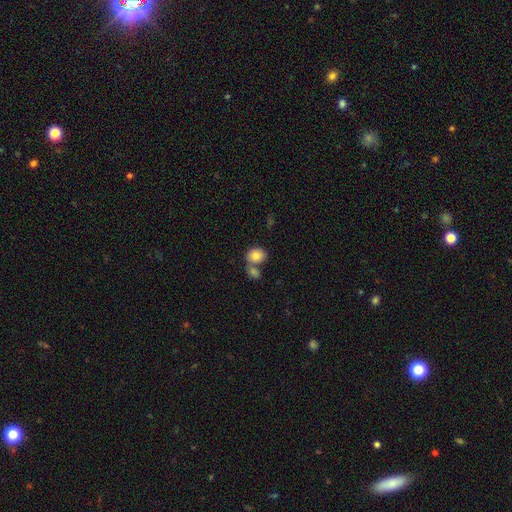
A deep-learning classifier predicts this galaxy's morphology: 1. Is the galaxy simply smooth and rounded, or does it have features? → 83% smooth, 9% featured or disk, 8% star or artifact.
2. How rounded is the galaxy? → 52% in between, 46% round, 1% cigar-shaped.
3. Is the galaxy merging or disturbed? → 46% none, 40% merger, 10% minor disturbance, 4% major disturbance.